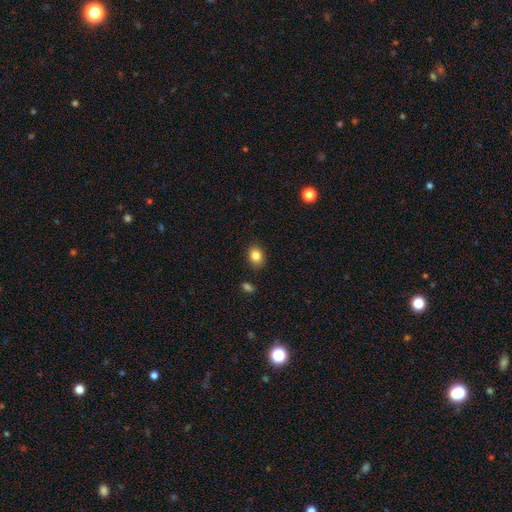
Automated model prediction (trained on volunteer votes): A smooth galaxy with no disk features (84%) that is in between round and cigar-shaped (56%). Merging: none (86%).